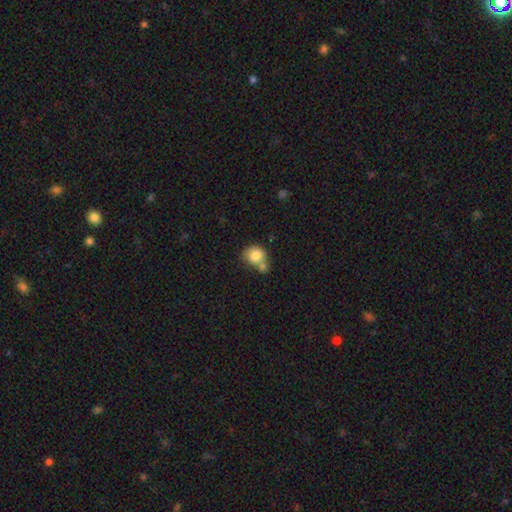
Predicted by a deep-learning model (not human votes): smooth-or-featured: smooth: 81% | featured or disk: 11% | star or artifact: 9%
  how-rounded: round: 67% | in between: 32% | cigar-shaped: 1%
  merging: merger: 46% | none: 36% | minor disturbance: 13% | major disturbance: 5%